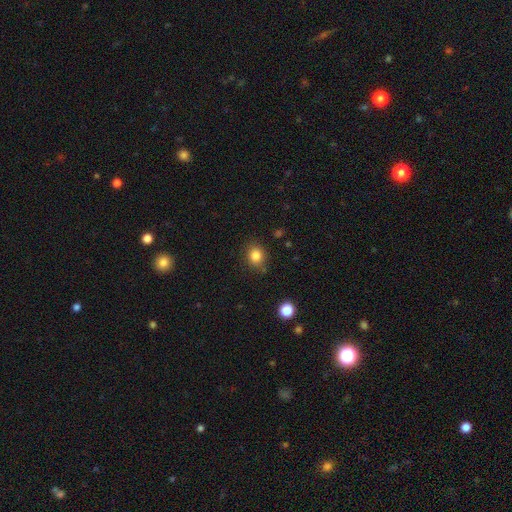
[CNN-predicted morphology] smooth_or_featured: smooth (p=0.83) [alt: star or artifact p=0.11]
how_rounded: round (p=0.71) [alt: in between p=0.28]
merging: none (p=0.84) [alt: minor disturbance p=0.11]